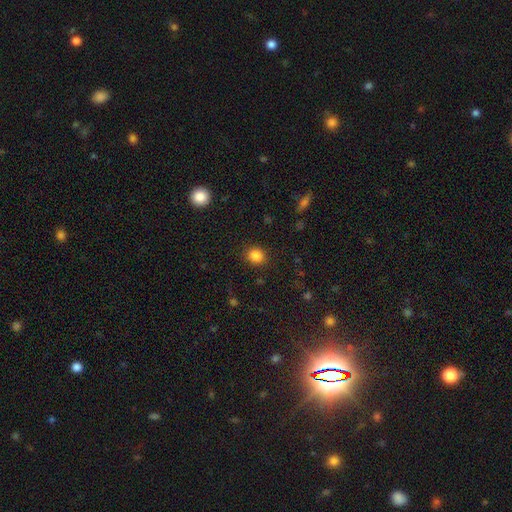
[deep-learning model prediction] The model was most divided on "how rounded": round: 79%, in between: 20%, cigar-shaped: 1%. More confident: merging — none (89%); smooth or featured — smooth (85%).